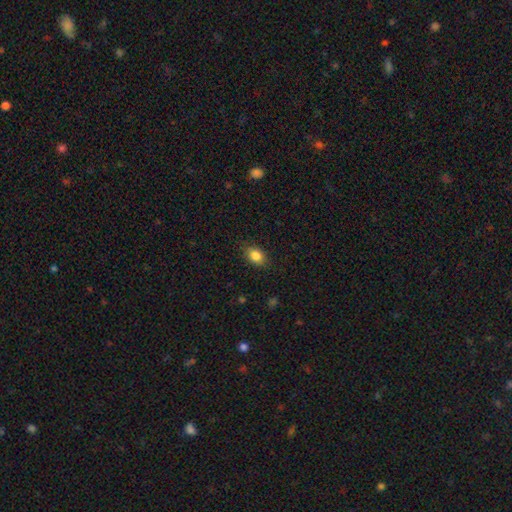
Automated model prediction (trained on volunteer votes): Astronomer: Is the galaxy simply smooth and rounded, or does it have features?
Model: smooth — 85%.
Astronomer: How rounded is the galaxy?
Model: in between — 71%.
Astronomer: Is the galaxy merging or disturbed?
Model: none — 83%.